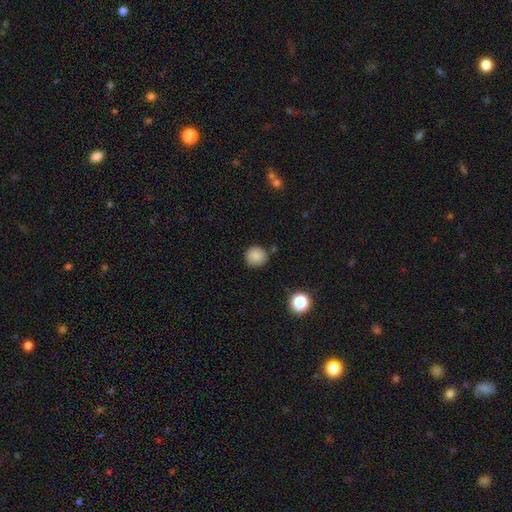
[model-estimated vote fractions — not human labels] A smooth galaxy with no disk features (85%) that is round (93%).

Vote fractions:
- Smooth or featured? smooth: 85% / star or artifact: 10% / featured or disk: 5%
- How rounded? round: 93% / in between: 6% / cigar-shaped: 1%
- Merging? none: 83% / minor disturbance: 11% / merger: 3% / major disturbance: 3%